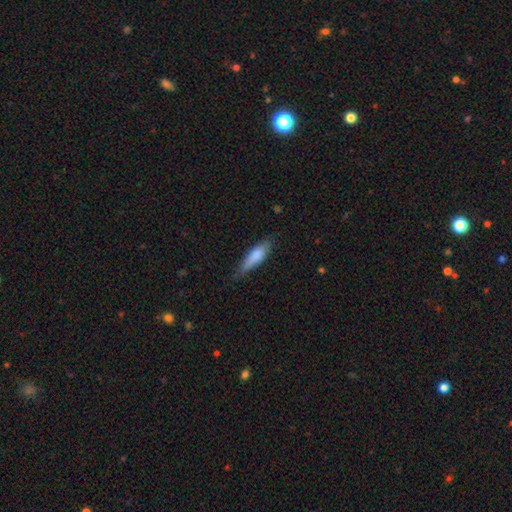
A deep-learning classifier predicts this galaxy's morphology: A smooth galaxy with no disk features (77%) that is cigar-shaped (59%). Merging: none (68%).